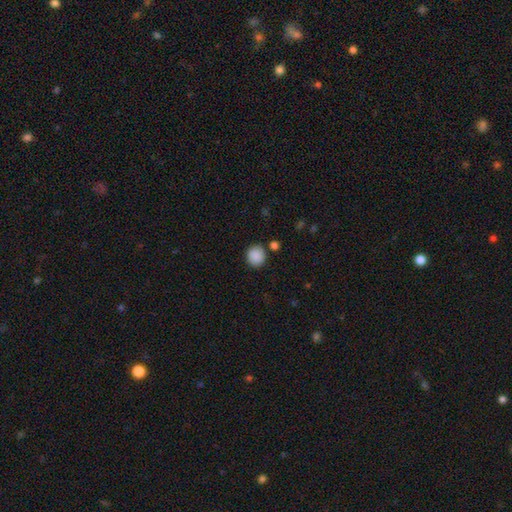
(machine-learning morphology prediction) Overall: smooth (89%). How rounded: round (86%). Merging: none (82%).